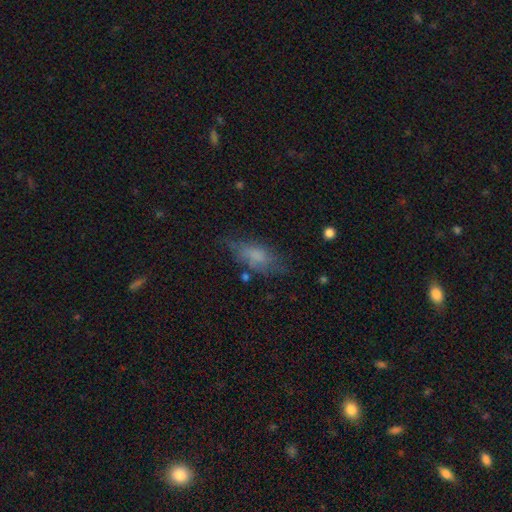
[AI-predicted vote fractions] This appears to be a smooth galaxy with no disk features (68%) that is in between round and cigar-shaped (79%). Merging: none (56%).